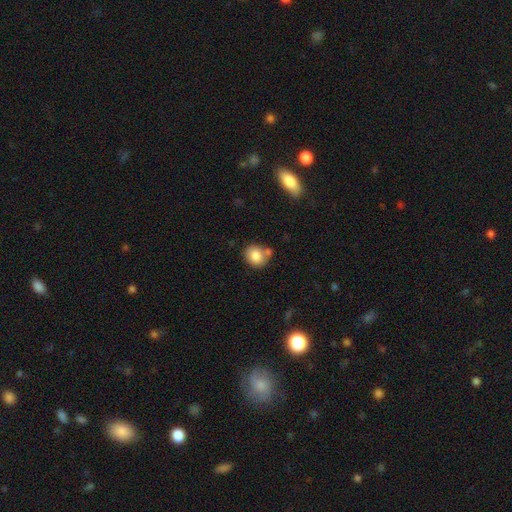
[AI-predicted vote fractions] Morphology: type=smooth (82%); roundness=round (70%); merging=none (61%).